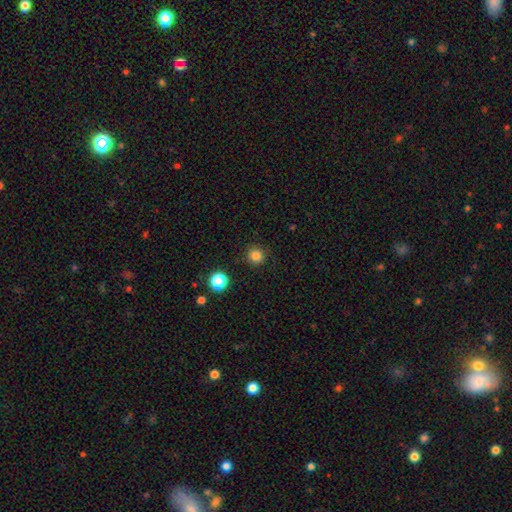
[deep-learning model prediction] smooth 83%, star or artifact 13%, featured or disk 4%. Down the decision tree: how rounded — round (95%); merging — none (89%).